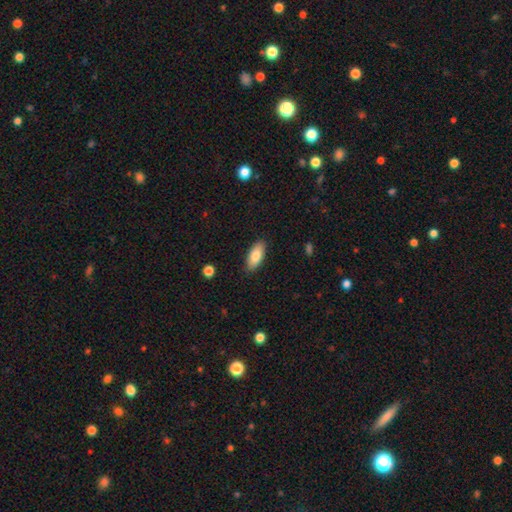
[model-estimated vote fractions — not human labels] smooth_or_featured: smooth (p=0.81) [alt: featured or disk p=0.13]
how_rounded: in between (p=0.83) [alt: cigar-shaped p=0.15]
merging: none (p=0.87) [alt: minor disturbance p=0.09]